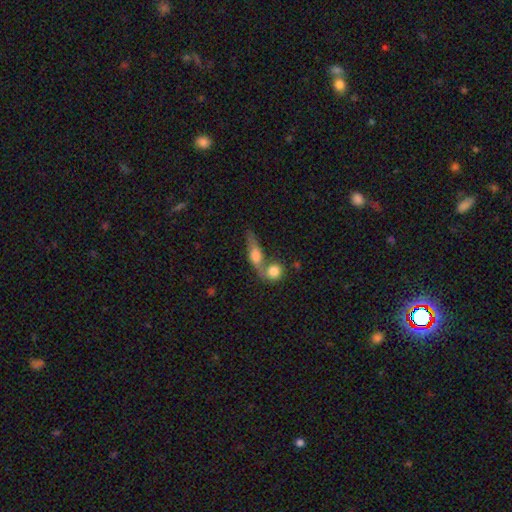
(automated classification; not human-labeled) smooth-or-featured: smooth: 58% | featured or disk: 33% | star or artifact: 9%
  how-rounded: in between: 52% | cigar-shaped: 30% | round: 18%
  merging: merger: 51% | none: 29% | minor disturbance: 11% | major disturbance: 8%